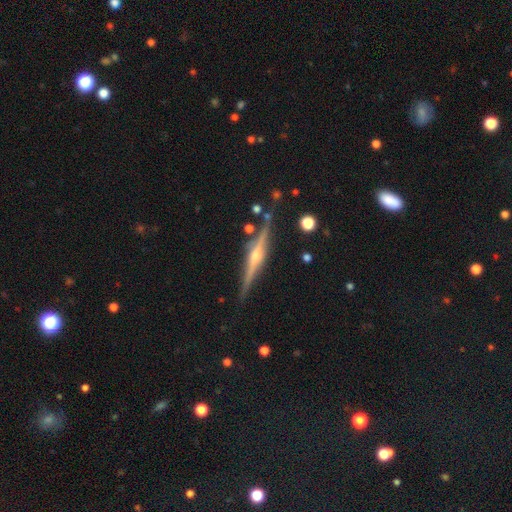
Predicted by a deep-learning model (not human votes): Smooth or featured?
  - featured or disk: 84% *
  - smooth: 10%
  - star or artifact: 6%
Edge-on disk?
  - yes: 98% *
  - no: 2%
Edge-on bulge?
  - rounded: 89% *
  - boxy: 7%
  - none: 4%
Merging?
  - none: 87% *
  - minor disturbance: 9%
  - merger: 3%
  - major disturbance: 2%